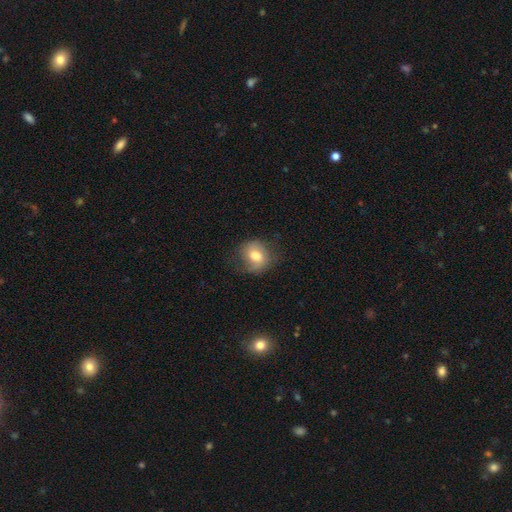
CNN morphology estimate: A smooth galaxy with no disk features (66%) that is round (66%). Merging: none (63%).